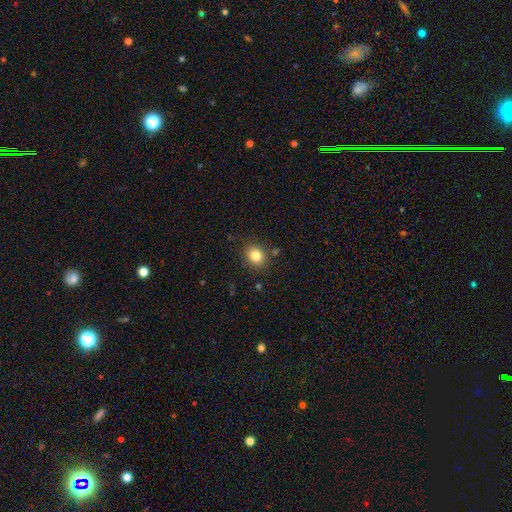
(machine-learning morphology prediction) A smooth galaxy with no disk features (82%) that is round (72%).

Vote fractions:
- Smooth or featured? smooth: 82% / star or artifact: 11% / featured or disk: 7%
- How rounded? round: 72% / in between: 27% / cigar-shaped: 1%
- Merging? none: 85% / minor disturbance: 9% / merger: 3% / major disturbance: 3%